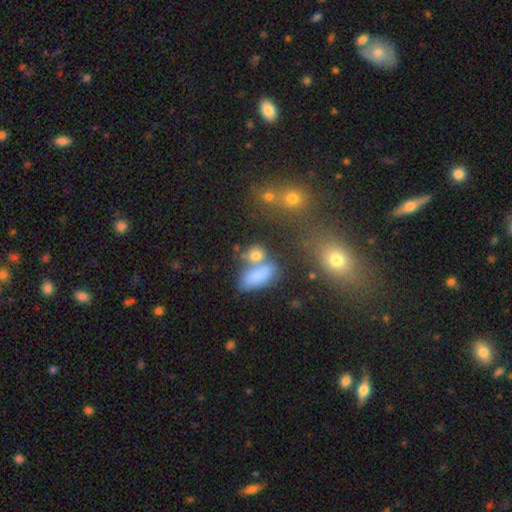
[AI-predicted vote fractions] Smooth or featured?
  - smooth: 76% *
  - star or artifact: 12%
  - featured or disk: 11%
How rounded?
  - in between: 63% *
  - round: 29%
  - cigar-shaped: 8%
Merging?
  - none: 47% *
  - merger: 33%
  - minor disturbance: 13%
  - major disturbance: 6%